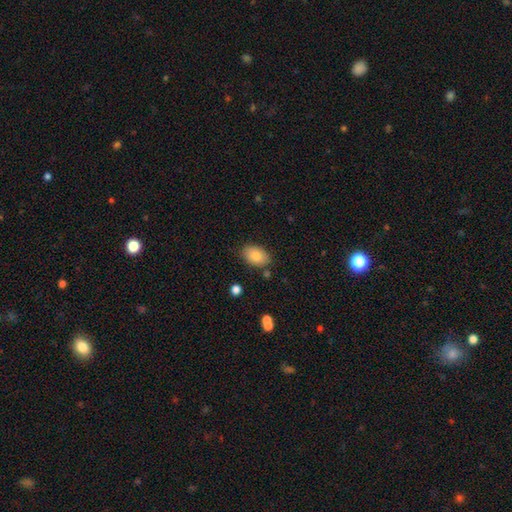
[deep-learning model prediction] Smooth or featured? Predicted: smooth (p=0.84). How rounded? Predicted: in between (p=0.88). Merging? Predicted: none (p=0.82).